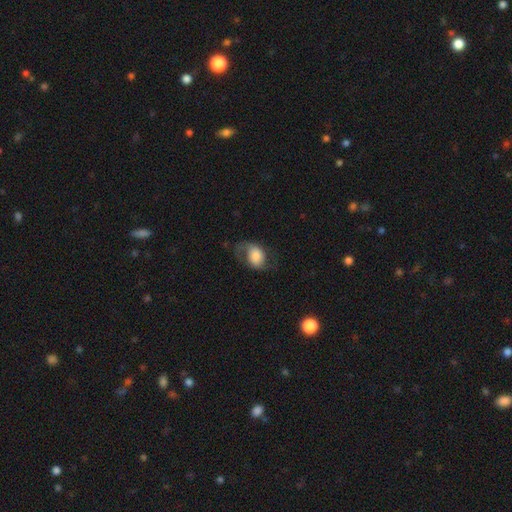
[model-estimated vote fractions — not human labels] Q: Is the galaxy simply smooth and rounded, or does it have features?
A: featured or disk — 47%.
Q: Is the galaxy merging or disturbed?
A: none — 51%.